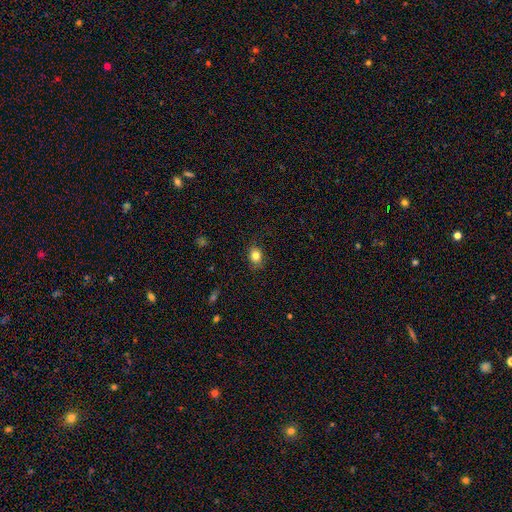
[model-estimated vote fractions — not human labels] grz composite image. It shows a smooth galaxy with no disk features (82%) that is in between round and cigar-shaped (54%). Merging: none (84%).